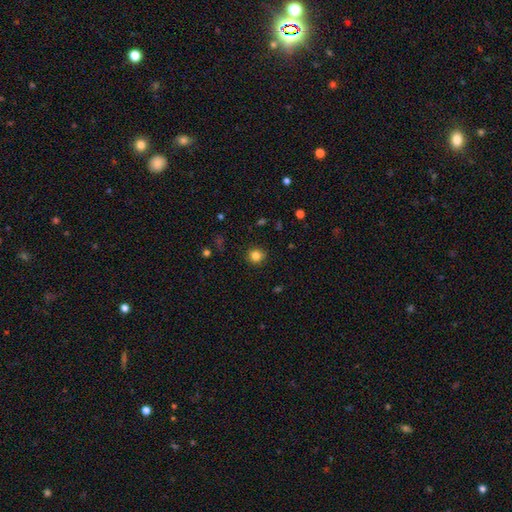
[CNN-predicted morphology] Q: Smooth or featured?
A: smooth (83%); runner-up: star or artifact (12%)
Q: How rounded?
A: round (90%); runner-up: in between (9%)
Q: Merging?
A: none (89%); runner-up: minor disturbance (8%)